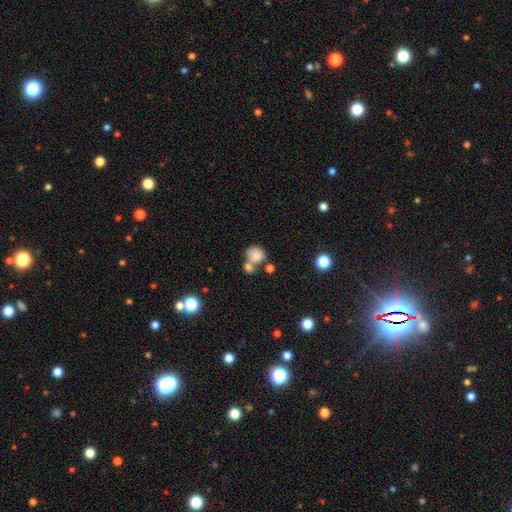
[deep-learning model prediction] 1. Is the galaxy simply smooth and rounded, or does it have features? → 79% smooth, 11% featured or disk, 10% star or artifact.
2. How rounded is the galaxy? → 72% round, 27% in between, 1% cigar-shaped.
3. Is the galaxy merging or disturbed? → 47% merger, 35% none, 12% minor disturbance, 6% major disturbance.